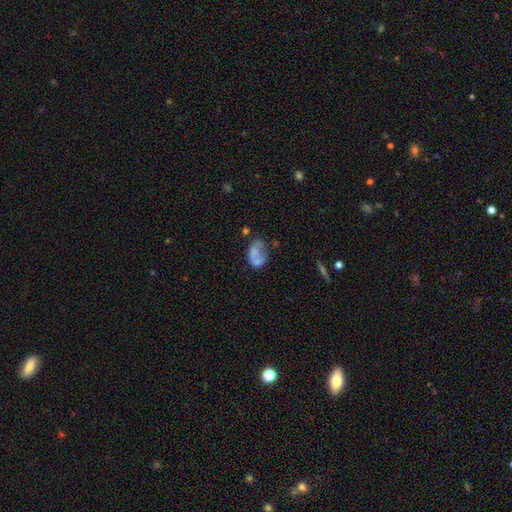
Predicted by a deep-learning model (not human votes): Q: Smooth or featured?
A: smooth (56%); runner-up: featured or disk (33%)
Q: How rounded?
A: in between (81%); runner-up: round (18%)
Q: Merging?
A: none (30%); runner-up: major disturbance (28%)